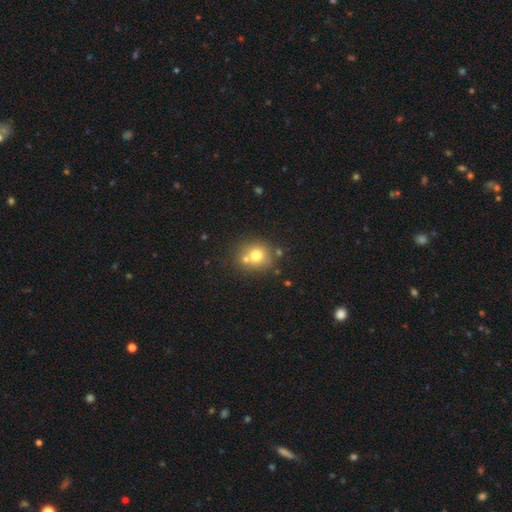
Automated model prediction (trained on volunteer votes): smooth-or-featured: smooth: 72% | featured or disk: 16% | star or artifact: 13%
  how-rounded: round: 80% | in between: 19% | cigar-shaped: 1%
  merging: none: 60% | merger: 26% | minor disturbance: 11% | major disturbance: 4%